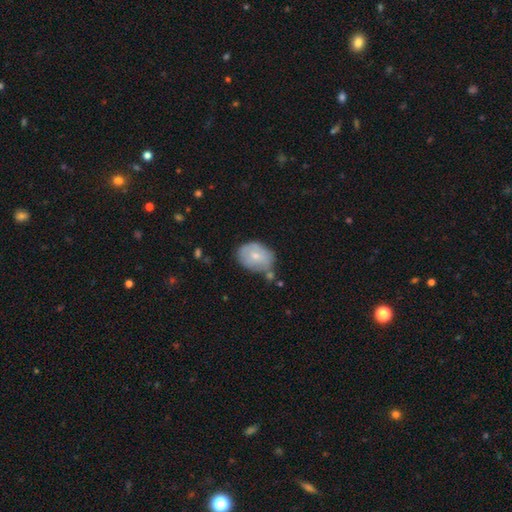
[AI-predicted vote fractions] This appears to be a smooth galaxy with no disk features (63%) that is in between round and cigar-shaped (64%). Merging: none (47%).